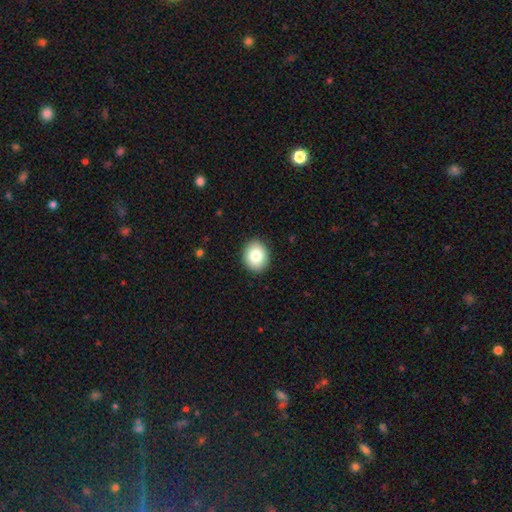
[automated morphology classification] smooth_or_featured: smooth (p=0.83) [alt: featured or disk p=0.09]
how_rounded: round (p=0.57) [alt: in between p=0.42]
merging: none (p=0.91) [alt: minor disturbance p=0.07]